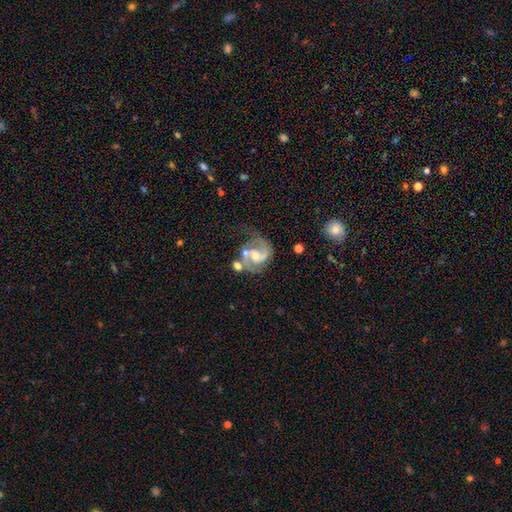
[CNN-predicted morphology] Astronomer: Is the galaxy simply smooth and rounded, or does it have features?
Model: featured or disk — 86%.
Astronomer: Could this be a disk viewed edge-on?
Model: no — 98%.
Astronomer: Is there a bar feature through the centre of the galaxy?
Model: no — 47% (runner-up: weak, 41%).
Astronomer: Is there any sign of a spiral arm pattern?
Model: yes — 96%.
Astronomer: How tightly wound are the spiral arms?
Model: medium — 57%.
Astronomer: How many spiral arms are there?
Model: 2 — 86%.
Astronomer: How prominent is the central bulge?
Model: moderate — 48% (runner-up: small, 44%).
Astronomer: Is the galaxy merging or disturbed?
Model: none — 47%.